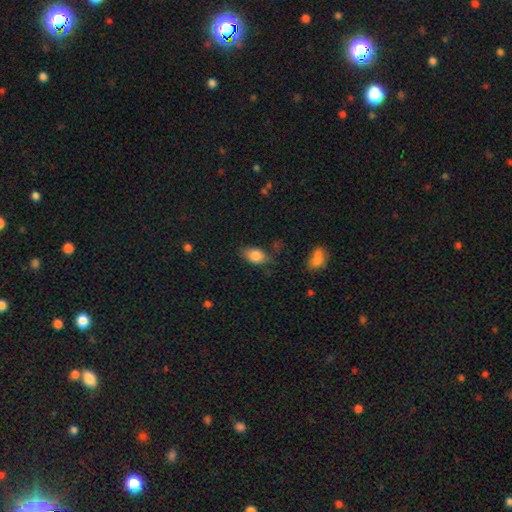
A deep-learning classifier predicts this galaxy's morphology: Smooth or featured? Predicted: smooth (p=0.81). How rounded? Predicted: in between (p=0.86). Merging? Predicted: none (p=0.70).